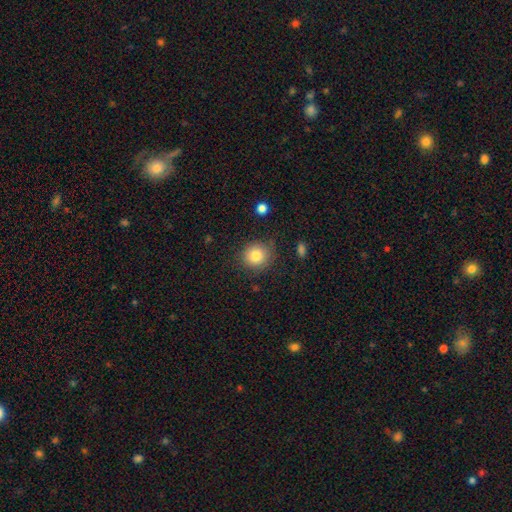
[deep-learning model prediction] Smooth or featured: smooth — 81% (star or artifact — 10%)
How rounded: round — 89% (in between — 10%)
Merging: none — 83% (minor disturbance — 12%)